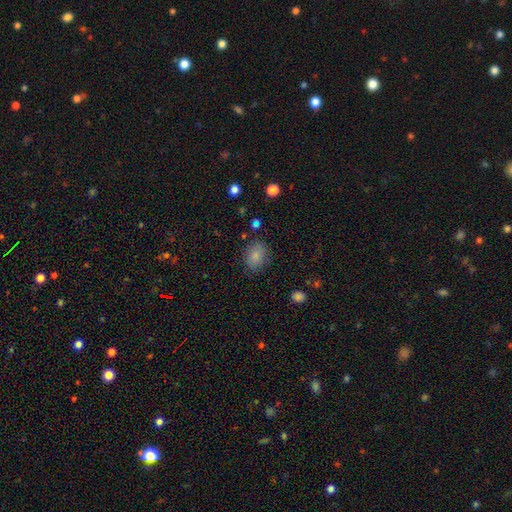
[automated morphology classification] smooth_or_featured: smooth (p=0.83) [alt: star or artifact p=0.10]
how_rounded: in between (p=0.72) [alt: round p=0.26]
merging: none (p=0.82) [alt: minor disturbance p=0.13]